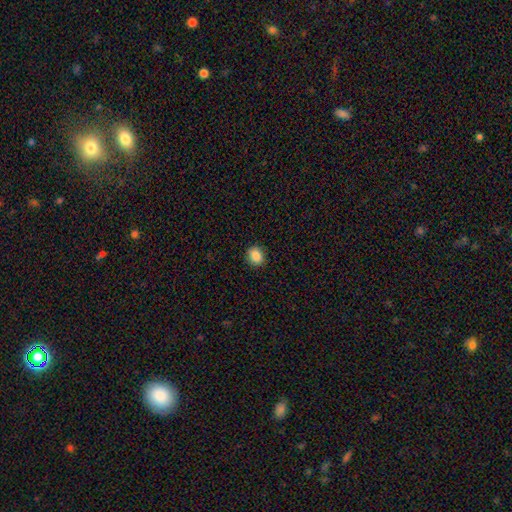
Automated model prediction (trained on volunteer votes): Q: Smooth or featured?
A: smooth (87%); runner-up: star or artifact (9%)
Q: How rounded?
A: round (63%); runner-up: in between (36%)
Q: Merging?
A: none (90%); runner-up: minor disturbance (7%)